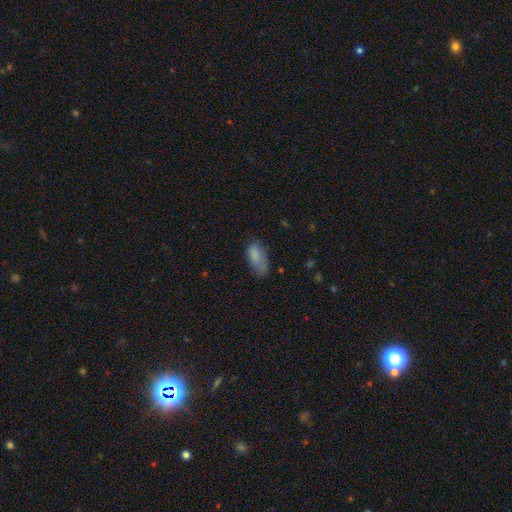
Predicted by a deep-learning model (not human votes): Q: Smooth or featured?
A: smooth (82%); runner-up: featured or disk (9%)
Q: How rounded?
A: in between (91%); runner-up: cigar-shaped (6%)
Q: Merging?
A: none (45%); runner-up: minor disturbance (35%)